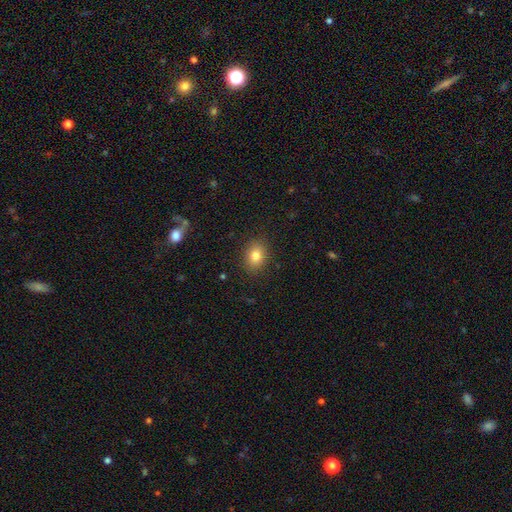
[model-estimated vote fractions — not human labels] Smooth or featured?
  - smooth: 82% *
  - star or artifact: 10%
  - featured or disk: 8%
How rounded?
  - in between: 62% *
  - round: 37%
  - cigar-shaped: 1%
Merging?
  - none: 88% *
  - minor disturbance: 9%
  - major disturbance: 3%
  - merger: 1%